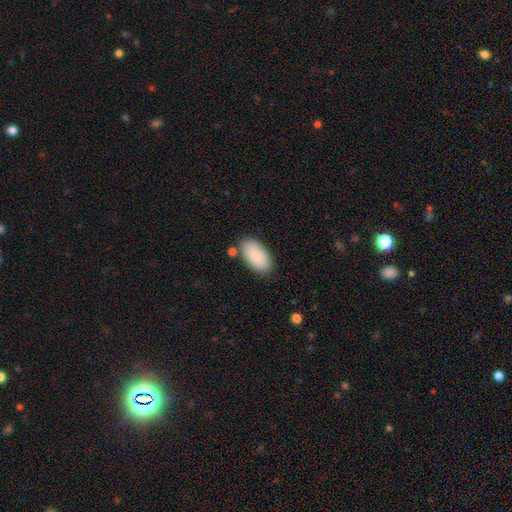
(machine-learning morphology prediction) Overall: smooth (86%). How rounded: in between (96%). Merging: none (80%).